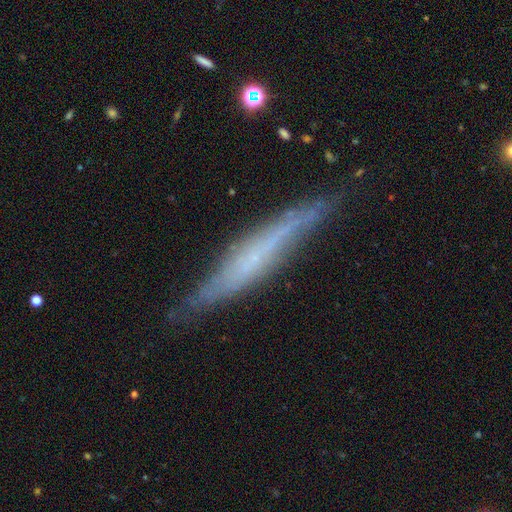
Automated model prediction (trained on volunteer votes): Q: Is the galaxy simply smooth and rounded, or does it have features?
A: featured or disk — 62%.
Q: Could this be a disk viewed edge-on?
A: yes — 88%.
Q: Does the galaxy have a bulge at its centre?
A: none — 65%.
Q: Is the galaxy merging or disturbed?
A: none — 74%.